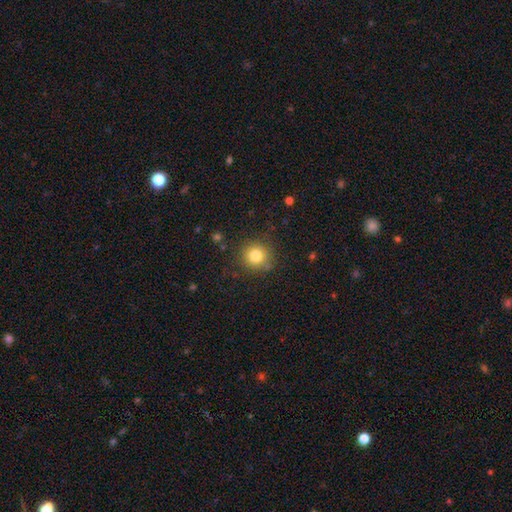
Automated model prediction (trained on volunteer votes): Morphology: type=smooth (81%); roundness=round (92%); merging=none (85%).